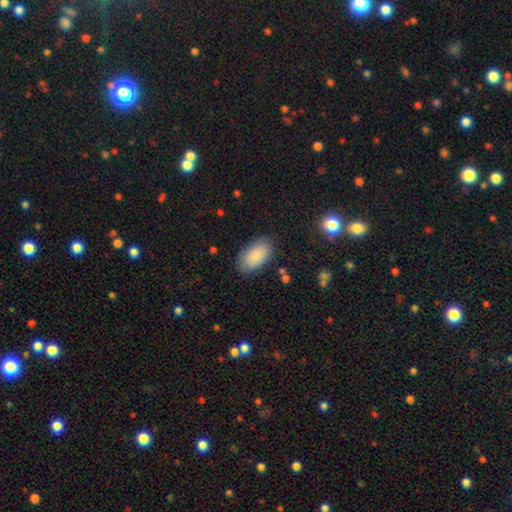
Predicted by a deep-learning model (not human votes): Smooth or featured? Predicted: smooth (p=0.88). How rounded? Predicted: in between (p=0.94). Merging? Predicted: none (p=0.84).